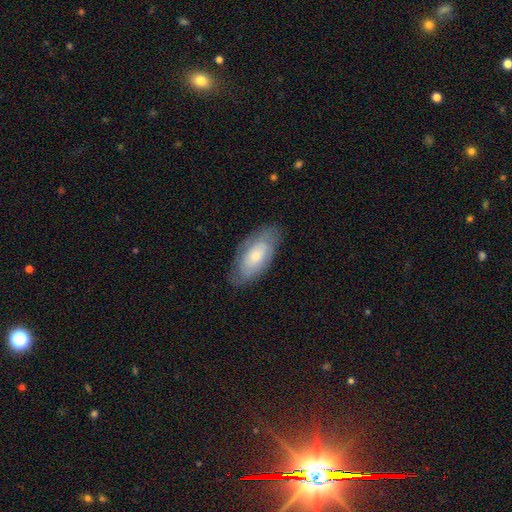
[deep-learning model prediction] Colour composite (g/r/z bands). It shows a smooth galaxy with no disk features (47%, tied with featured or disk). Merging: none (76%).